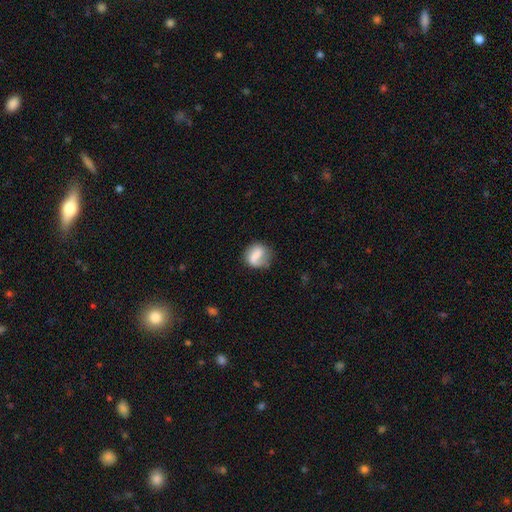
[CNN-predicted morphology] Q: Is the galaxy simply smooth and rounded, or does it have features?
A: smooth — 64%.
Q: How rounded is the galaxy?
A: round — 62%.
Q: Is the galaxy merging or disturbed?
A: none — 58%.